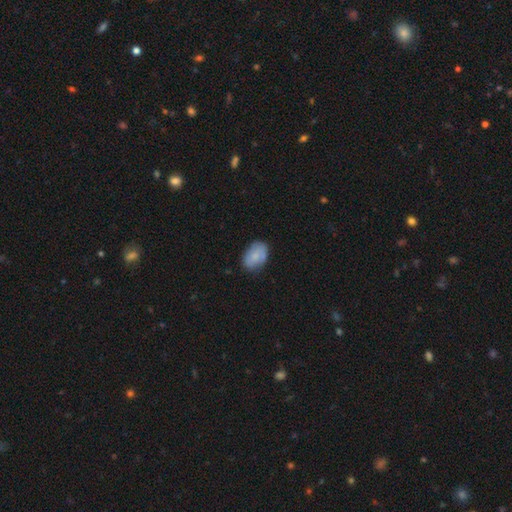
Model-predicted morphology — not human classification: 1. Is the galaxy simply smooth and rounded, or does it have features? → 77% smooth, 17% featured or disk, 7% star or artifact.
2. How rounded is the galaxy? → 85% in between, 14% round, 1% cigar-shaped.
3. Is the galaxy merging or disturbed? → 73% none, 20% minor disturbance, 4% major disturbance, 2% merger.